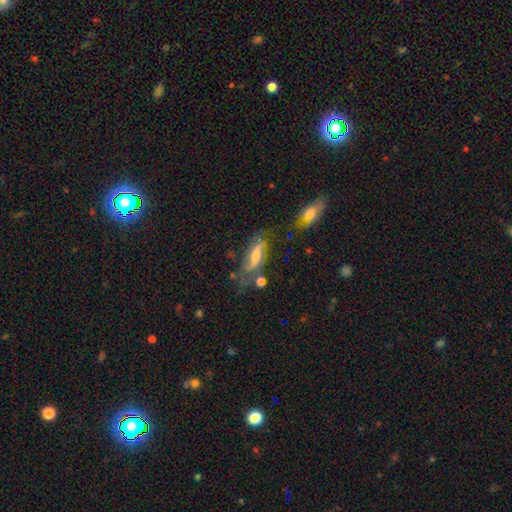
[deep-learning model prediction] A featured or disk galaxy (59%). Merging: none (53%).